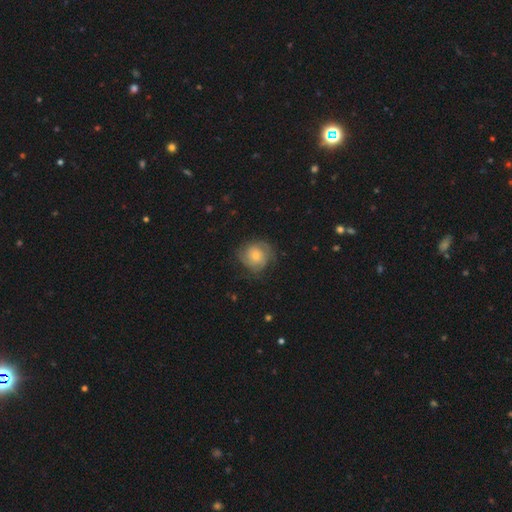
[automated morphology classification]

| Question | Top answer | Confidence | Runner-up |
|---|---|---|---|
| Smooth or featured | featured or disk | 51% | smooth (42%) |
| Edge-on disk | no | 97% | yes (3%) |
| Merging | none | 65% | minor disturbance (21%) |